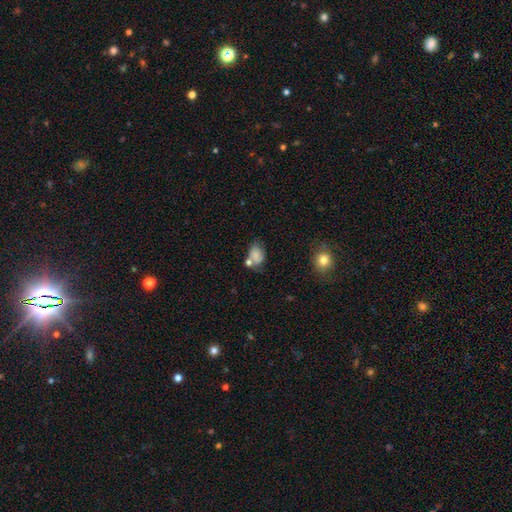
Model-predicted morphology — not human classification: A smooth galaxy with no disk features (73%) that is in between round and cigar-shaped (76%).

Vote fractions:
- Smooth or featured? smooth: 73% / featured or disk: 17% / star or artifact: 10%
- How rounded? in between: 76% / round: 22% / cigar-shaped: 1%
- Merging? none: 39% / merger: 26% / minor disturbance: 24% / major disturbance: 11%